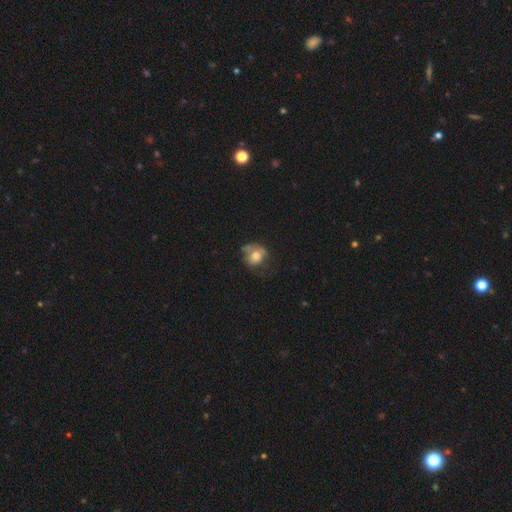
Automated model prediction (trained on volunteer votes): smooth_or_featured: smooth (p=0.64) [alt: featured or disk p=0.26]
how_rounded: round (p=0.64) [alt: in between p=0.34]
merging: none (p=0.41) [alt: minor disturbance p=0.32]